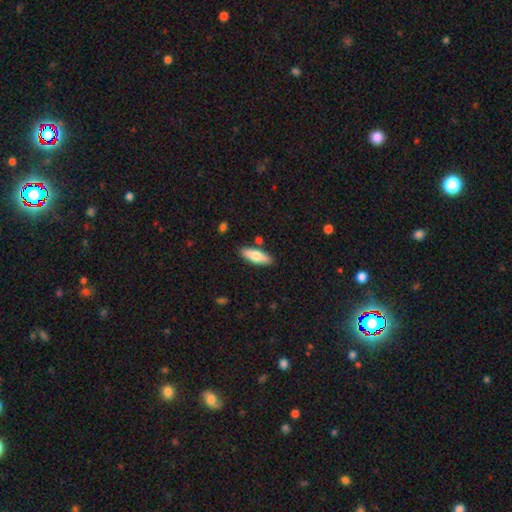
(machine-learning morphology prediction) smooth 74%, featured or disk 20%, star or artifact 6%. Down the decision tree: how rounded — in between (59%); merging — none (85%).